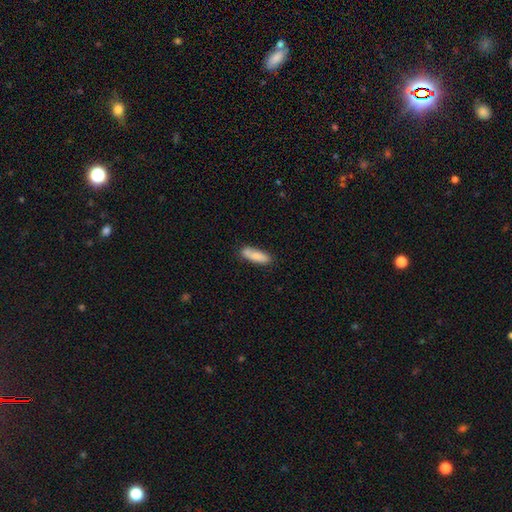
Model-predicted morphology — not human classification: A smooth galaxy with no disk features (82%) that is cigar-shaped (50%). Merging: none (75%).